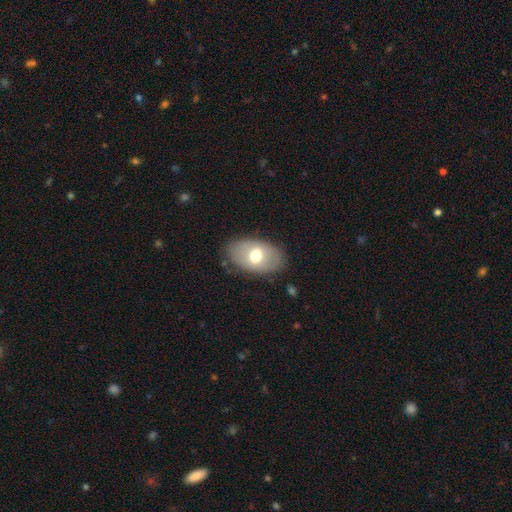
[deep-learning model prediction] Smooth or featured? Predicted: smooth (p=0.60). How rounded? Predicted: in between (p=0.88). Merging? Predicted: none (p=0.81).